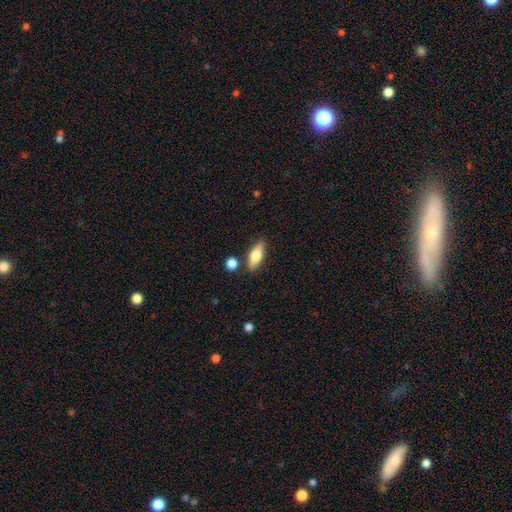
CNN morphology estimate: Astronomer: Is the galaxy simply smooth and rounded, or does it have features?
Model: smooth — 68%.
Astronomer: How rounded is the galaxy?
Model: in between — 63%.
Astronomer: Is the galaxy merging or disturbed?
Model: none — 81%.